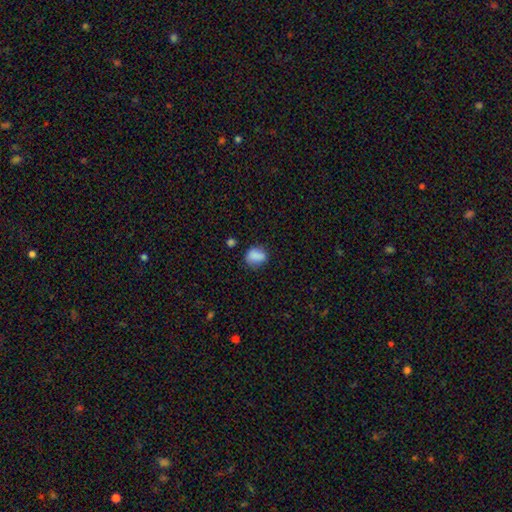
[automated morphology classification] Smooth or featured?
  - smooth: 83% *
  - star or artifact: 10%
  - featured or disk: 8%
How rounded?
  - in between: 56% *
  - round: 42%
  - cigar-shaped: 2%
Merging?
  - none: 66% *
  - minor disturbance: 23%
  - major disturbance: 6%
  - merger: 5%